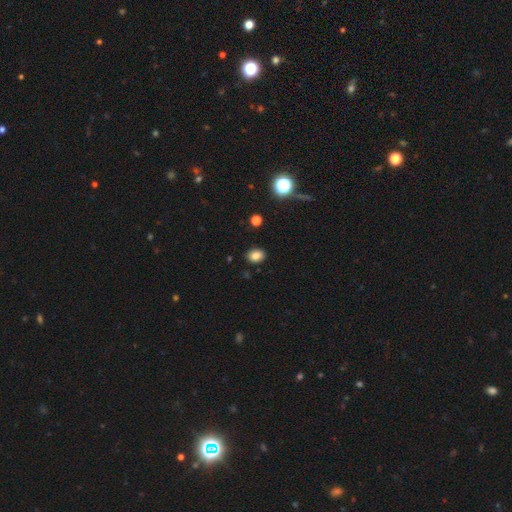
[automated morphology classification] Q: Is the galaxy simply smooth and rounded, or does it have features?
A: smooth — 82%.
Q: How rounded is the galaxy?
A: in between — 68%.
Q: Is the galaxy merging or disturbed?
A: none — 89%.